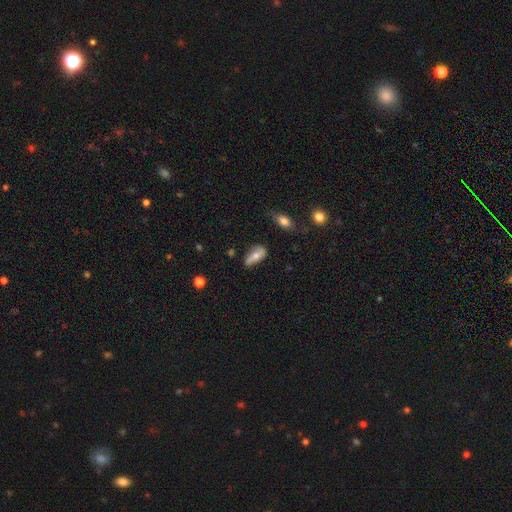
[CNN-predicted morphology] A smooth galaxy with no disk features (52%) that is in between round and cigar-shaped (77%).

Vote fractions:
- Smooth or featured? smooth: 52% / featured or disk: 40% / star or artifact: 8%
- How rounded? in between: 77% / cigar-shaped: 18% / round: 5%
- Merging? none: 54% / minor disturbance: 31% / major disturbance: 12% / merger: 4%